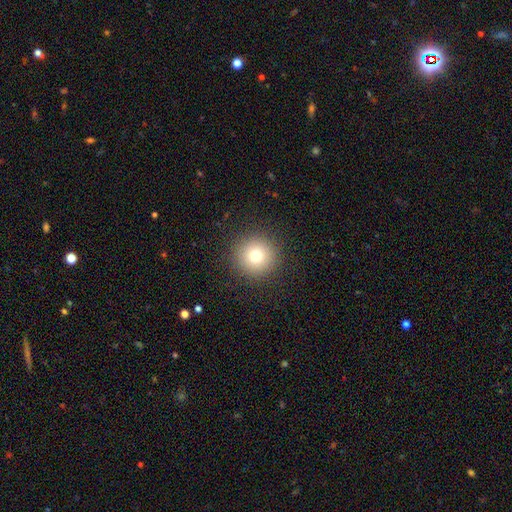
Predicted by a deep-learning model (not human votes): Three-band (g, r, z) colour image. It shows a smooth galaxy with no disk features (76%) that is round (96%). Merging: none (91%).